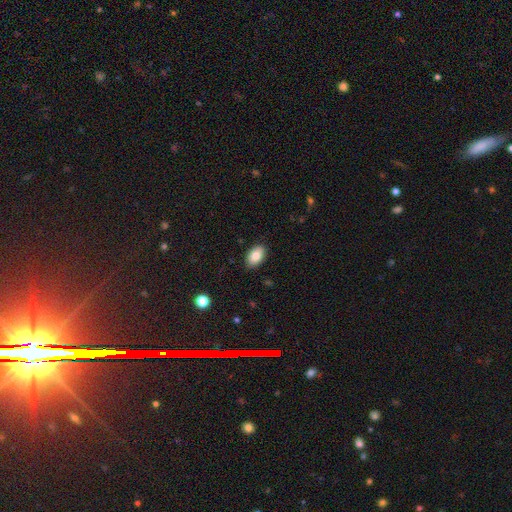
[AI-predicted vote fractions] smooth 86%, star or artifact 8%, featured or disk 7%. Down the decision tree: how rounded — in between (92%); merging — none (87%).